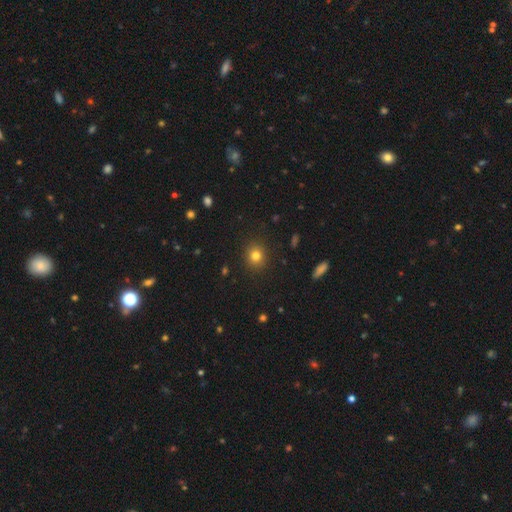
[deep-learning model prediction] A smooth galaxy with no disk features (80%) that is round (82%). Merging: none (91%).